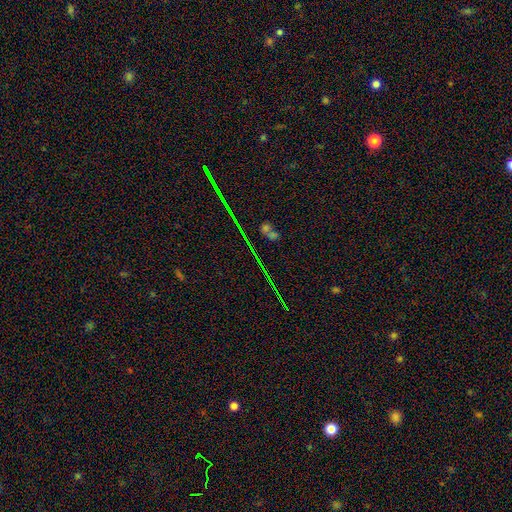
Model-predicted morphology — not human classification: The model was most divided on "smooth or featured": star or artifact: 79%, featured or disk: 11%, smooth: 10%.